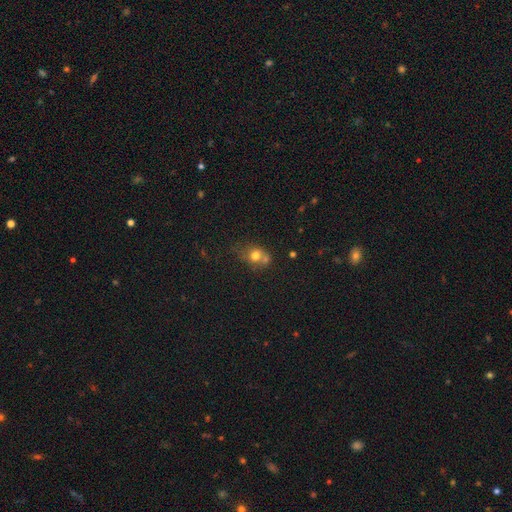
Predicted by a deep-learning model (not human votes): Overall: smooth (72%). How rounded: round (63%; in between 36%). Merging: merger (42%; none 35%).